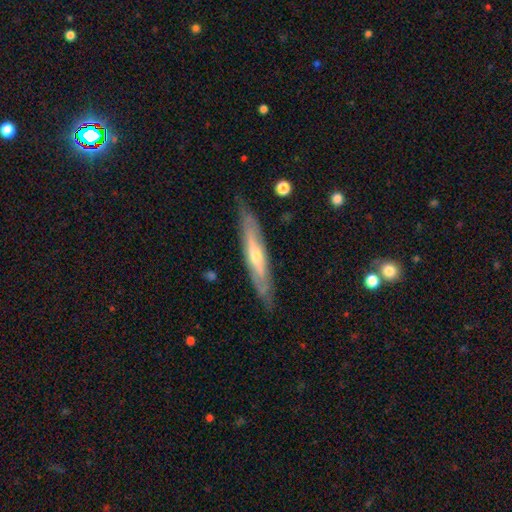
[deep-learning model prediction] A featured or disk galaxy (67%) viewed edge-on (69%).

Vote fractions:
- Smooth or featured? featured or disk: 67% / smooth: 28% / star or artifact: 5%
- Edge-on disk? yes: 69% / no: 31%
- Merging? none: 80% / minor disturbance: 15% / major disturbance: 3% / merger: 1%